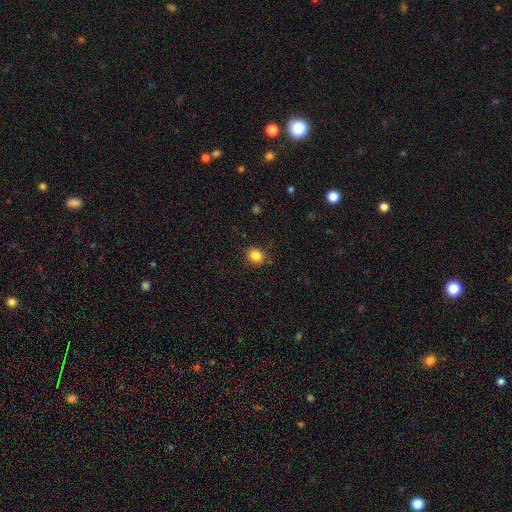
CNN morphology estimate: A smooth galaxy with no disk features (84%) that is round (72%). Merging: none (86%).